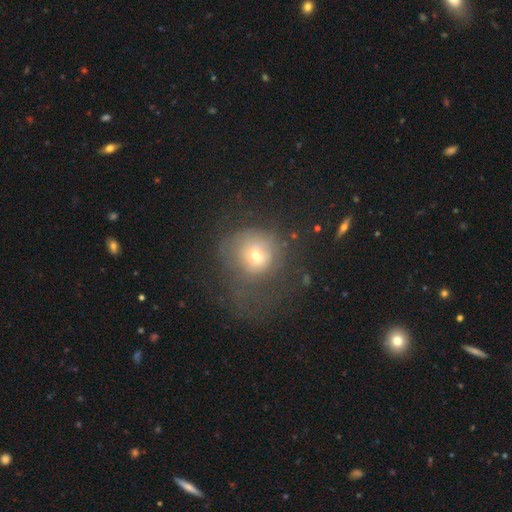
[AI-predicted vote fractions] The model was most divided on "merging": major disturbance: 41%, none: 37%, minor disturbance: 20%, merger: 3%. More confident: how rounded — round (83%); smooth or featured — smooth (57%).